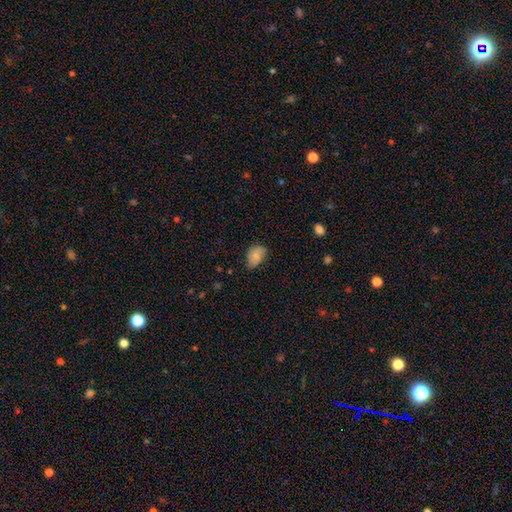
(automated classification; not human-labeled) This is likely a smooth galaxy (79%). How rounded: clearly in between (83%). Merging: likely none (63%).